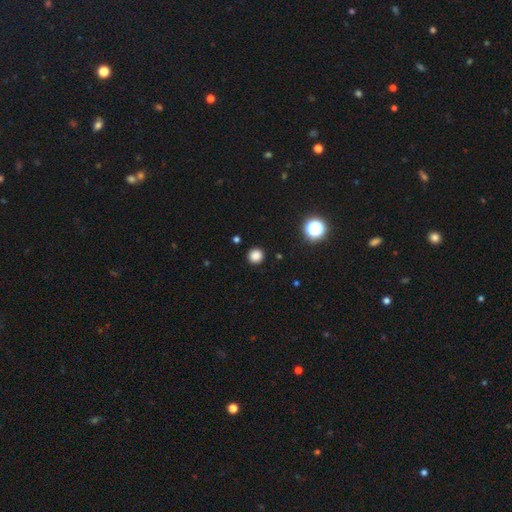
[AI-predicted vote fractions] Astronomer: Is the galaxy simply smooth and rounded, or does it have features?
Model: smooth — 84%.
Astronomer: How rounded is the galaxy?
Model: round — 93%.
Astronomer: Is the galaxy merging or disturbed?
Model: none — 92%.